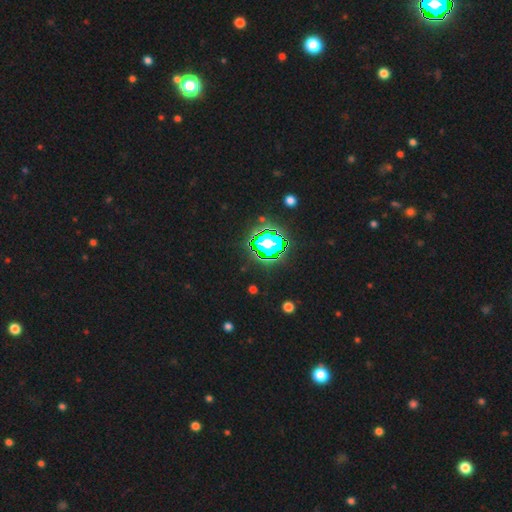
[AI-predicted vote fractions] This is likely a star or artifact rather than a galaxy (79%).